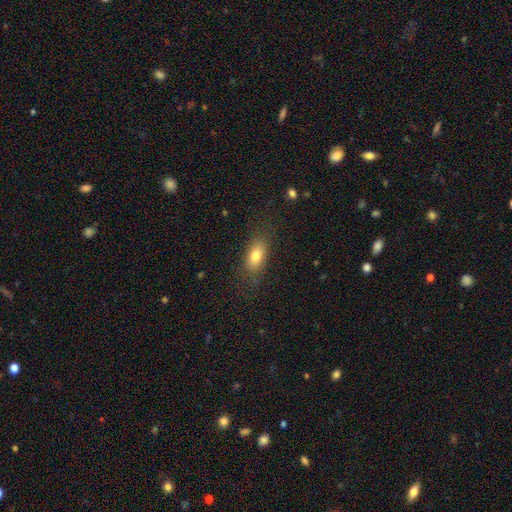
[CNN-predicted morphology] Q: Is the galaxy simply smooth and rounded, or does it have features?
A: smooth — 79%.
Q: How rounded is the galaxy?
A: in between — 83%.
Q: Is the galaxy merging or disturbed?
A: none — 78%.